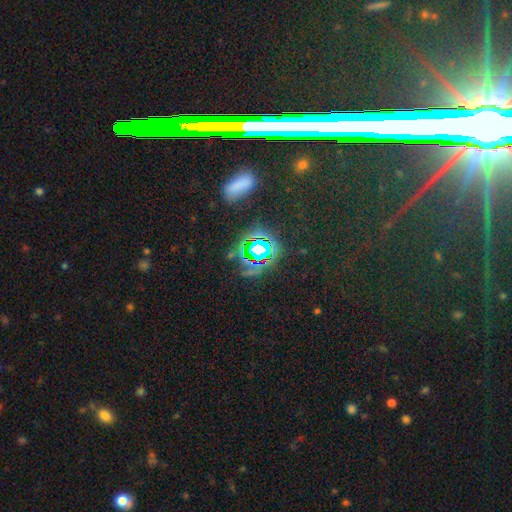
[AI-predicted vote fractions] Smooth or featured? star or artifact (66%)